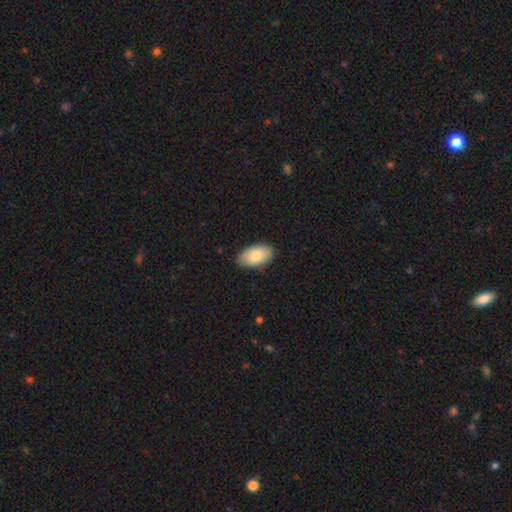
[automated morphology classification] This is clearly a smooth galaxy (82%). How rounded: clearly in between (95%). Merging: clearly none (86%).